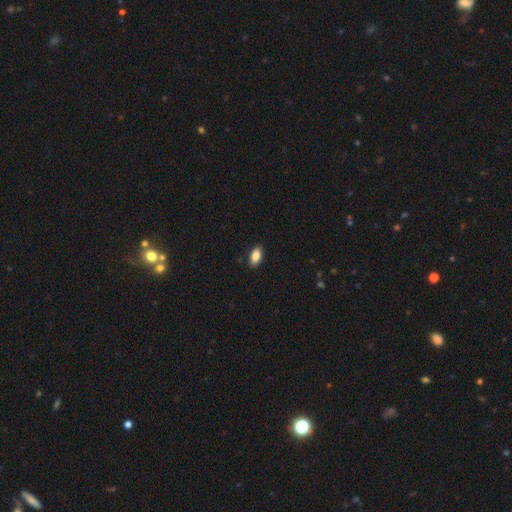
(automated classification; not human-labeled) smooth_or_featured: smooth (p=0.87) [alt: star or artifact p=0.07]
how_rounded: in between (p=0.92) [alt: round p=0.04]
merging: none (p=0.89) [alt: minor disturbance p=0.08]